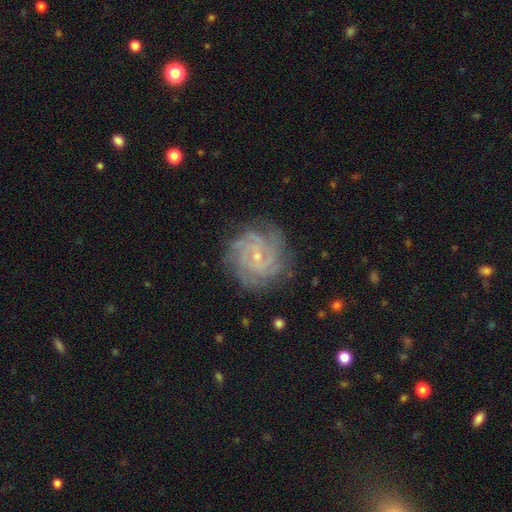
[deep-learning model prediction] smooth_or_featured: featured or disk (p=0.86) [alt: star or artifact p=0.07]
disk_edge_on: no (p=0.98) [alt: yes p=0.02]
bar: no (p=0.54) [alt: weak p=0.37]
has_spiral_arms: yes (p=0.98) [alt: no p=0.02]
spiral_winding: tight (p=0.69) [alt: medium p=0.26]
spiral_arm_count: 4 (p=0.26) [alt: can't tell p=0.22]
bulge_size: small (p=0.82) [alt: moderate p=0.13]
merging: none (p=0.81) [alt: minor disturbance p=0.13]